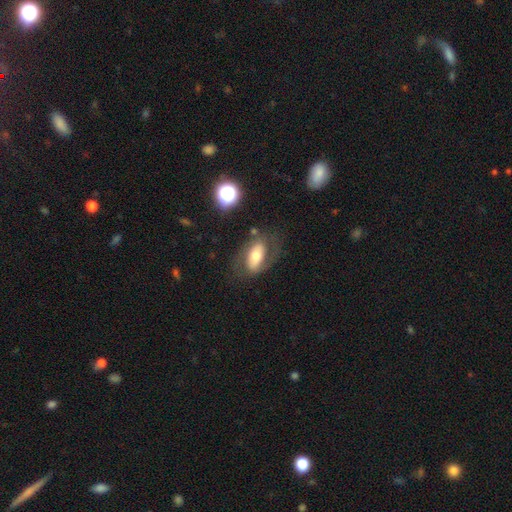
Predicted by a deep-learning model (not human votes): smooth 51%, featured or disk 40%, star or artifact 9%. Down the decision tree: how rounded — in between (87%); merging — none (62%).